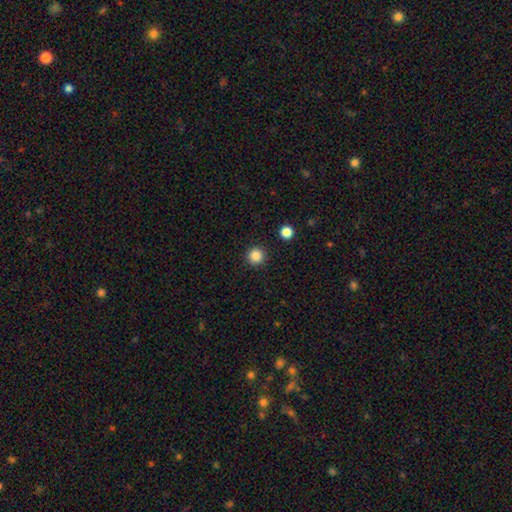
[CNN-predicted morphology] type=smooth (85%); roundness=round (96%); merging=none (93%).